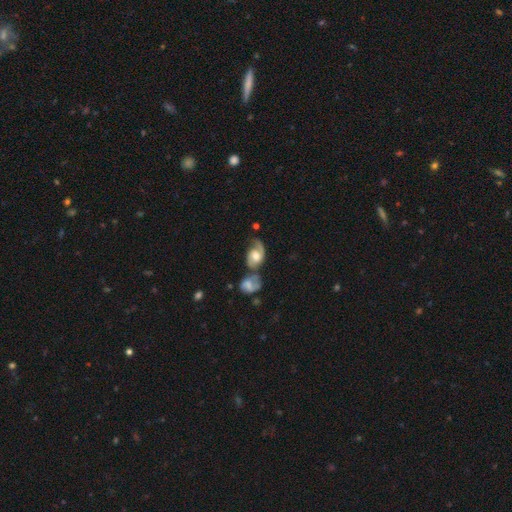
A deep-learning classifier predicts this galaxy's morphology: Overall: featured or disk (63%; smooth 30%). Edge-on disk: no (96%). Bar: no (66%; weak 27%). Spiral arms: yes (86%). Spiral arm count: 2 (59%; 1 31%). Spiral winding: medium (40%; loose 36%). Bulge size: moderate (65%). Merging: merger (33%; none 32%).